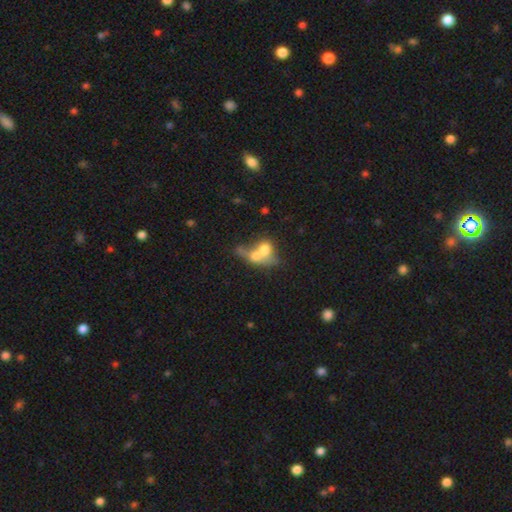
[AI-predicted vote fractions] Smooth or featured?
  - smooth: 59% *
  - featured or disk: 30%
  - star or artifact: 11%
How rounded?
  - in between: 48% * (tied)
  - round: 48% * (tied)
  - cigar-shaped: 5%
Merging?
  - merger: 73% *
  - none: 14%
  - major disturbance: 8%
  - minor disturbance: 6%